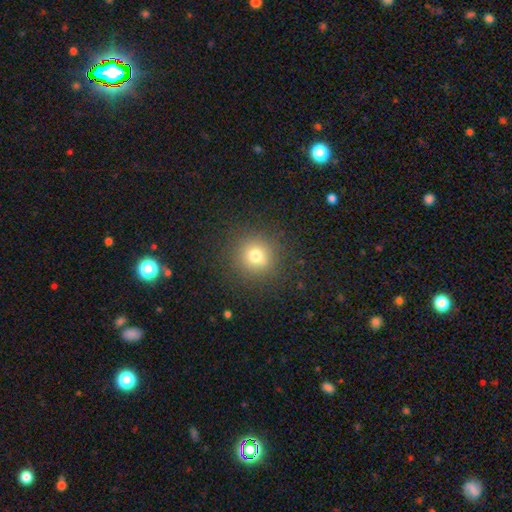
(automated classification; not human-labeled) This is likely a smooth galaxy (72%). How rounded: clearly round (93%). Merging: clearly none (86%).